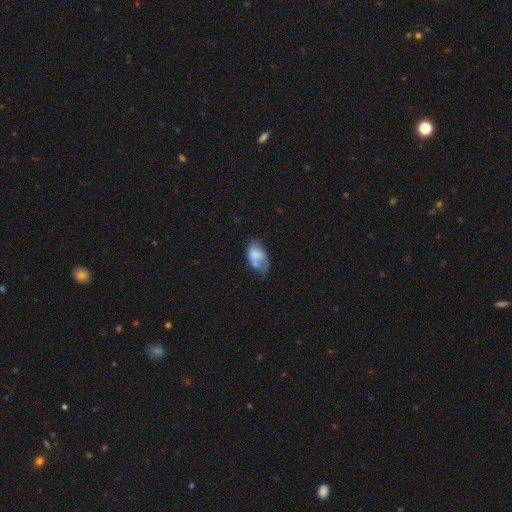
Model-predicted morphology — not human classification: Smooth or featured? Predicted: smooth (p=0.62). How rounded? Predicted: in between (p=0.91). Merging? Predicted: minor disturbance (p=0.31).